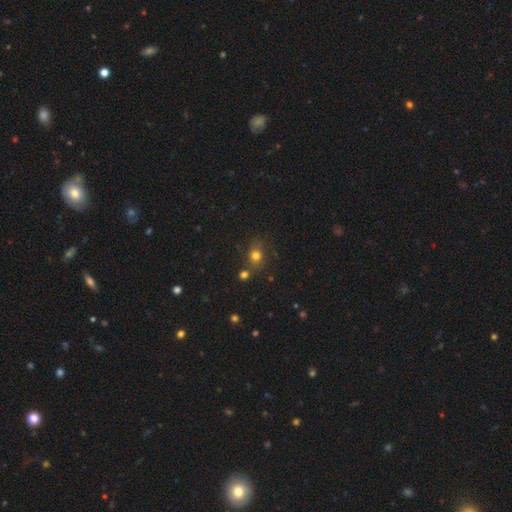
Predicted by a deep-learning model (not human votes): smooth_or_featured: smooth (p=0.73) [alt: star or artifact p=0.17]
how_rounded: round (p=0.66) [alt: in between p=0.33]
merging: none (p=0.71) [alt: minor disturbance p=0.14]